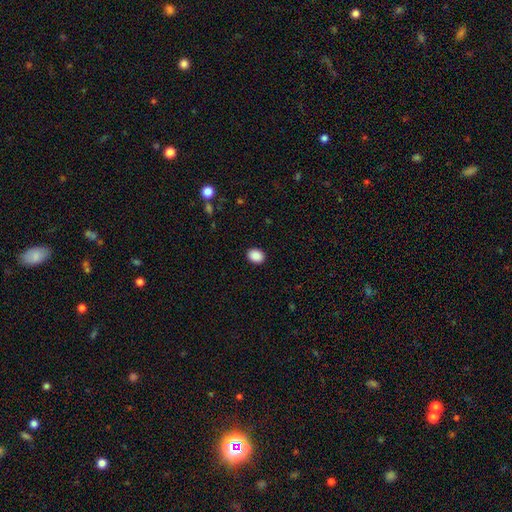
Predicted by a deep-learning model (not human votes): A smooth galaxy with no disk features (90%) that is in between round and cigar-shaped (60%). Merging: none (91%).